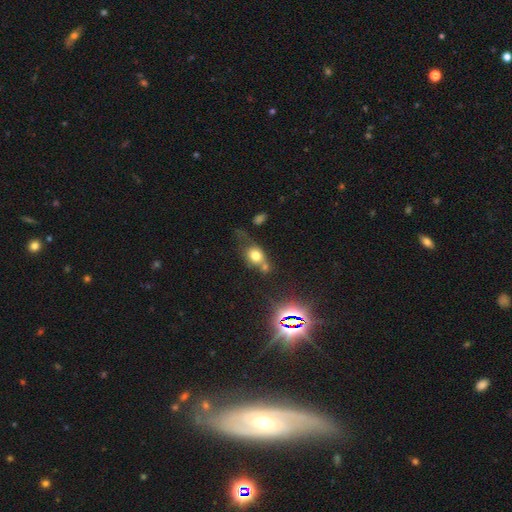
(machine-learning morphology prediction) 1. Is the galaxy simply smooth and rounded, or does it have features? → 69% smooth, 16% star or artifact, 15% featured or disk.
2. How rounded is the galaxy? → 54% round, 44% in between, 2% cigar-shaped.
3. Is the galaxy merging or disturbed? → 36% none, 29% merger, 20% minor disturbance, 14% major disturbance.